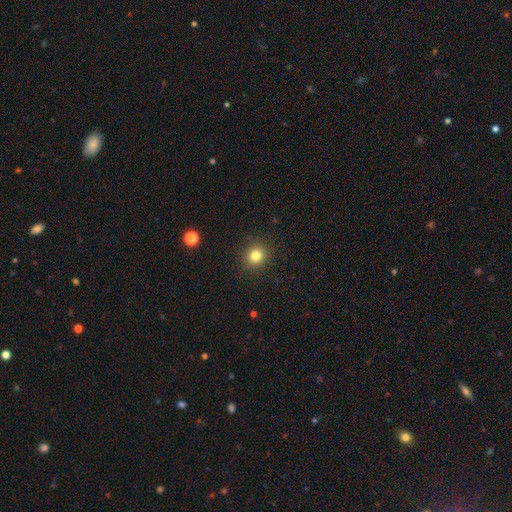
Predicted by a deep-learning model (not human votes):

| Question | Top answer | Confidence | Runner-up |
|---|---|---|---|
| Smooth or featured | smooth | 81% | star or artifact (13%) |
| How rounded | round | 87% | in between (12%) |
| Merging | none | 90% | minor disturbance (6%) |